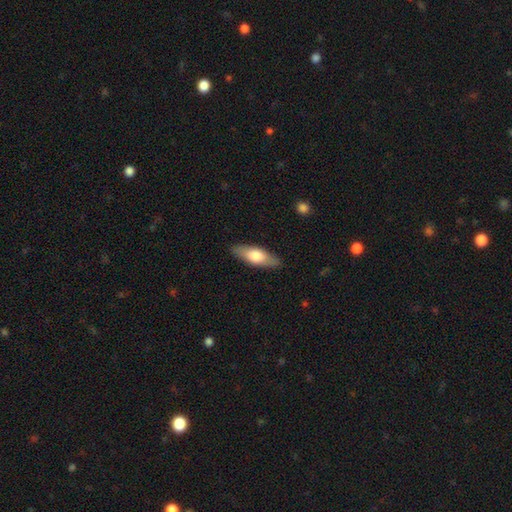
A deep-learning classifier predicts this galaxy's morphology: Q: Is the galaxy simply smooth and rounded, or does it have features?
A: smooth — 65%.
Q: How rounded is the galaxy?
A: in between — 60%.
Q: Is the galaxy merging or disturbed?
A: none — 87%.